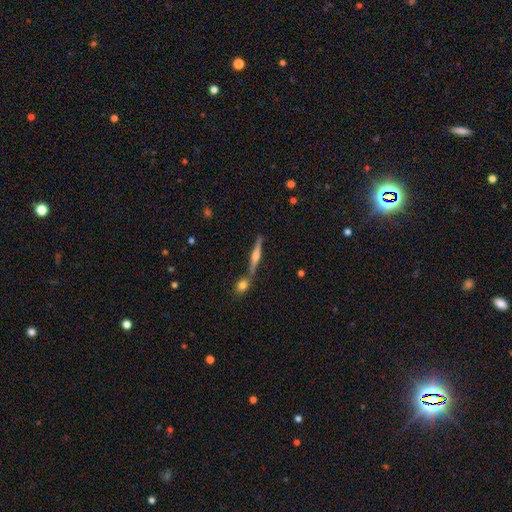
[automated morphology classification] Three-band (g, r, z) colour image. It shows a featured or disk galaxy (74%) viewed edge-on (97%) with a rounded central bulge (84%). Merging: none (75%).